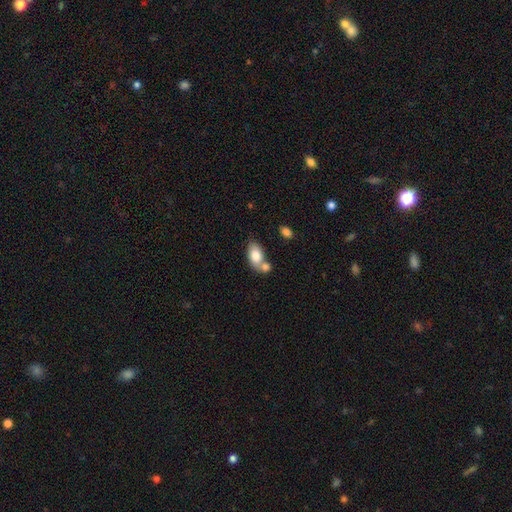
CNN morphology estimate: Q: Smooth or featured?
A: smooth (80%); runner-up: featured or disk (14%)
Q: How rounded?
A: in between (89%); runner-up: round (9%)
Q: Merging?
A: merger (48%); runner-up: none (35%)